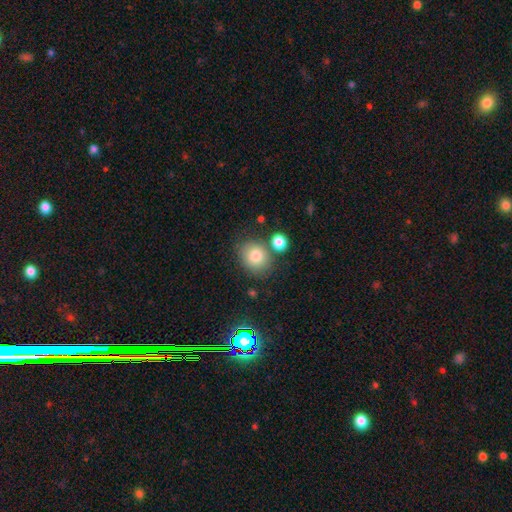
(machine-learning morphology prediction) smooth 80%, star or artifact 10%, featured or disk 9%. Down the decision tree: how rounded — round (68%); merging — none (71%).